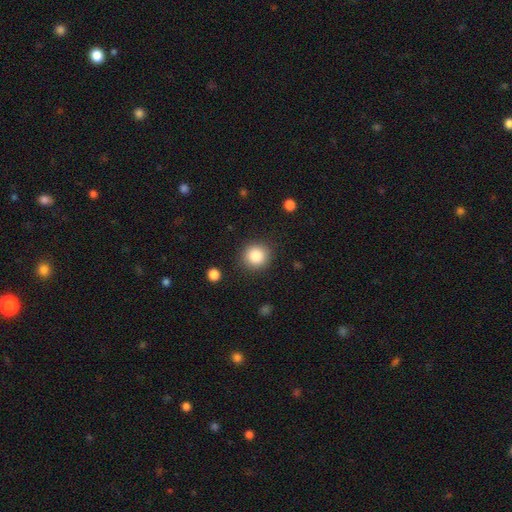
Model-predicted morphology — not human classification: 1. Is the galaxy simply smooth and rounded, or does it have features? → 86% smooth, 9% star or artifact, 5% featured or disk.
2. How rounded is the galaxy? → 91% round, 8% in between, 1% cigar-shaped.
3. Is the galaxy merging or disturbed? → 88% none, 7% minor disturbance, 3% major disturbance, 2% merger.